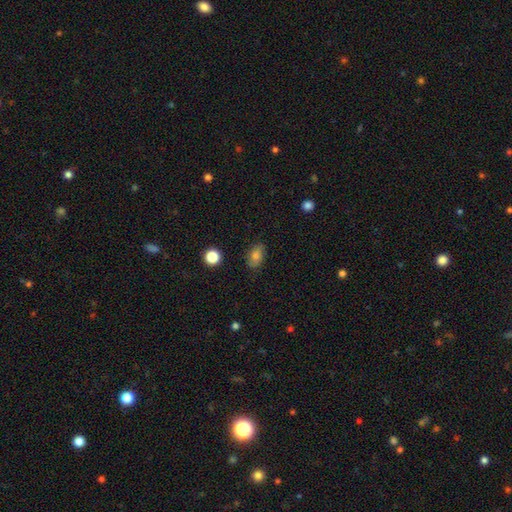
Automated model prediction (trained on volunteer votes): Overall: smooth (77%). How rounded: in between (85%). Merging: none (80%).